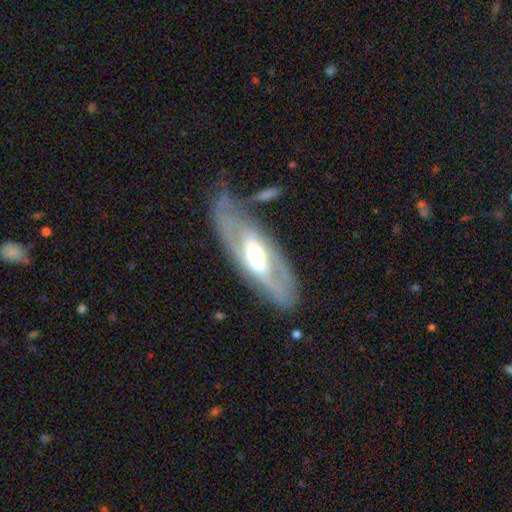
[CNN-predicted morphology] Smooth or featured? featured or disk (77%)
Edge-on disk? no (83%)
Bar? no (39%)
Spiral arms? yes (64%)
Bulge size? moderate (67%)
Merging? none (66%)